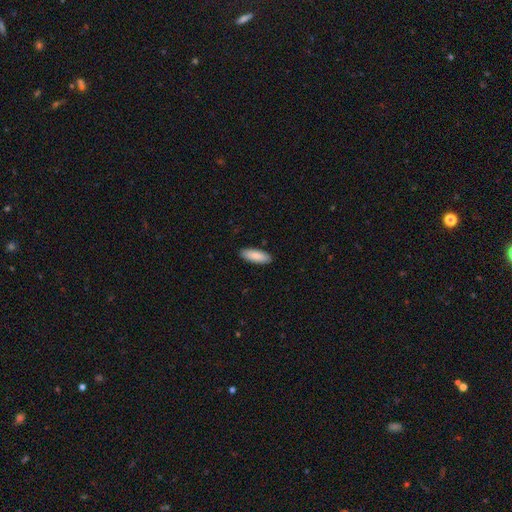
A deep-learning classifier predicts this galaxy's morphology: Q: Smooth or featured?
A: smooth (88%); runner-up: featured or disk (7%)
Q: How rounded?
A: in between (69%); runner-up: cigar-shaped (29%)
Q: Merging?
A: none (90%); runner-up: minor disturbance (8%)